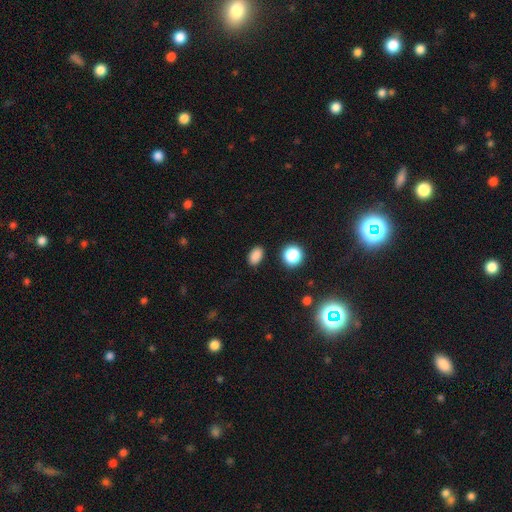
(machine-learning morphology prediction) Smooth or featured? smooth (85%)
How rounded? in between (81%)
Merging? none (87%)